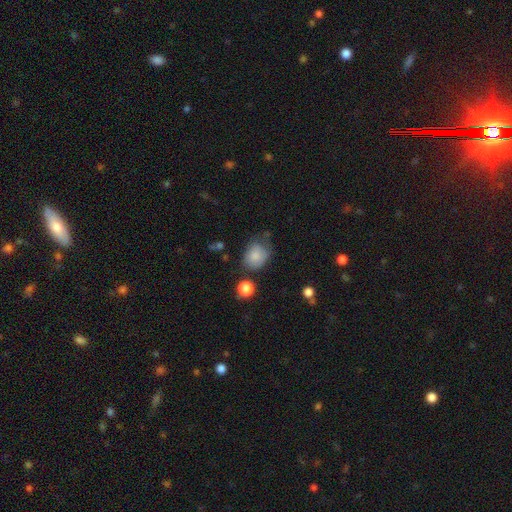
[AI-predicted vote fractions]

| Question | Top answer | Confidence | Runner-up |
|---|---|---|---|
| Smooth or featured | smooth | 81% | featured or disk (10%) |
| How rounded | in between | 51% | round (49%) |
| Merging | none | 53% | minor disturbance (31%) |